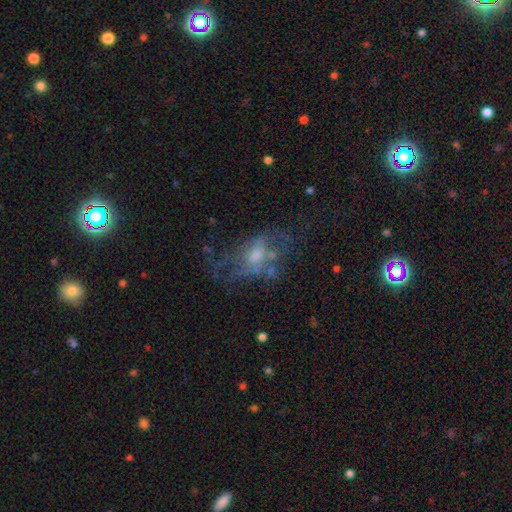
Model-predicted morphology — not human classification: The model was most divided on "merging": major disturbance: 37%, none: 36%, minor disturbance: 20%, merger: 6%. Remaining: edge-on disk — no (94%); bar — no (71%); spiral arms — no (68%); smooth or featured — featured or disk (57%); bulge size — moderate (48%).